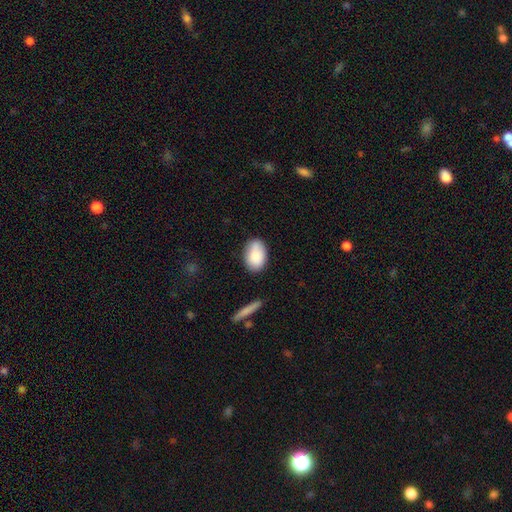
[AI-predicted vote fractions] The model was most divided on "merging": none: 73%, minor disturbance: 20%, major disturbance: 4%, merger: 3%. More confident: how rounded — in between (89%); smooth or featured — smooth (86%).